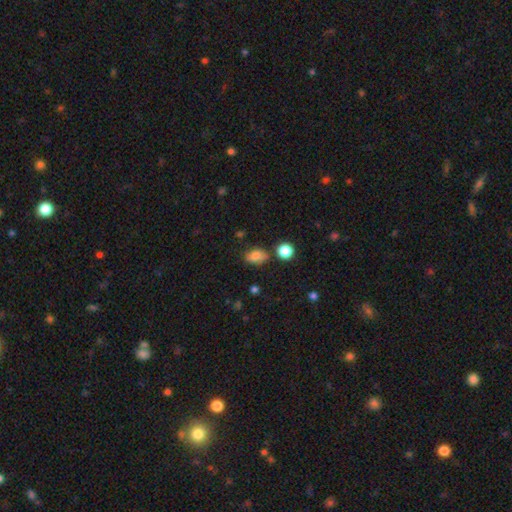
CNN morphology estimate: smooth-or-featured: smooth: 77% | star or artifact: 12% | featured or disk: 11%
  how-rounded: in between: 78% | round: 20% | cigar-shaped: 2%
  merging: none: 69% | minor disturbance: 20% | merger: 6% | major disturbance: 5%